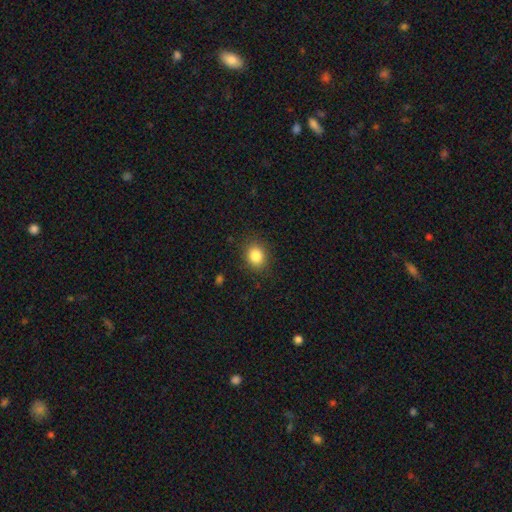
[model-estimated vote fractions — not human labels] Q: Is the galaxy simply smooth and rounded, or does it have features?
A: smooth — 85%.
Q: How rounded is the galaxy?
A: round — 58%.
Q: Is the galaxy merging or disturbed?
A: none — 87%.